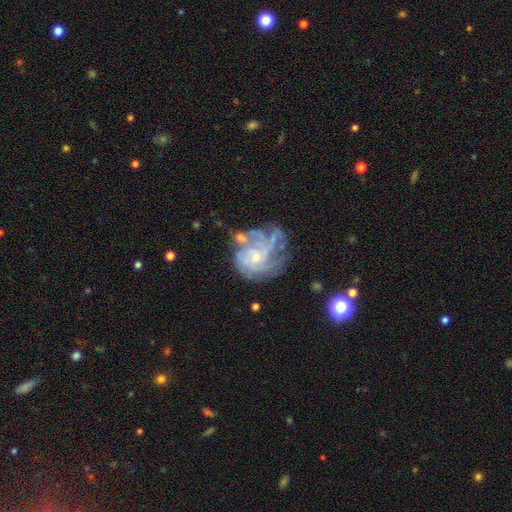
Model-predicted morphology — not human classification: Smooth or featured: featured or disk — 83% (smooth — 9%)
Edge-on disk: no — 98% (yes — 2%)
Bar: no — 72% (weak — 24%)
Spiral arms: yes — 92% (no — 8%)
Spiral winding: tight — 57% (medium — 32%)
Spiral arm count: can't tell — 33% (4 — 26%)
Bulge size: small — 69% (moderate — 22%)
Merging: none — 51% (minor disturbance — 22%)